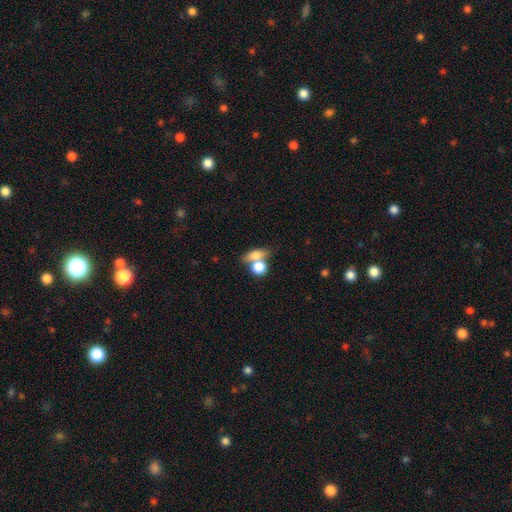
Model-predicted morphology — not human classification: Smooth or featured: smooth — 74% (featured or disk — 17%)
How rounded: in between — 52% (round — 33%)
Merging: merger — 45% (none — 40%)